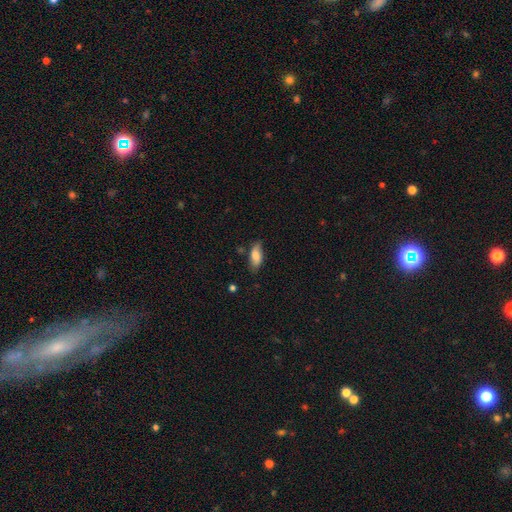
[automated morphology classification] Smooth or featured? Predicted: smooth (p=0.76). How rounded? Predicted: in between (p=0.84). Merging? Predicted: none (p=0.70).